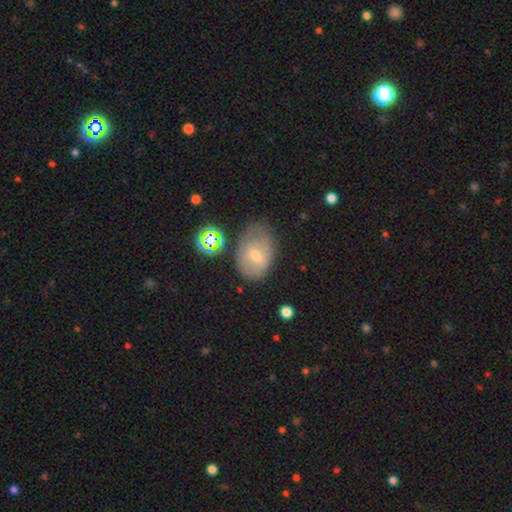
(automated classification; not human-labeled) A smooth galaxy with no disk features (50%). Merging: none (55%).